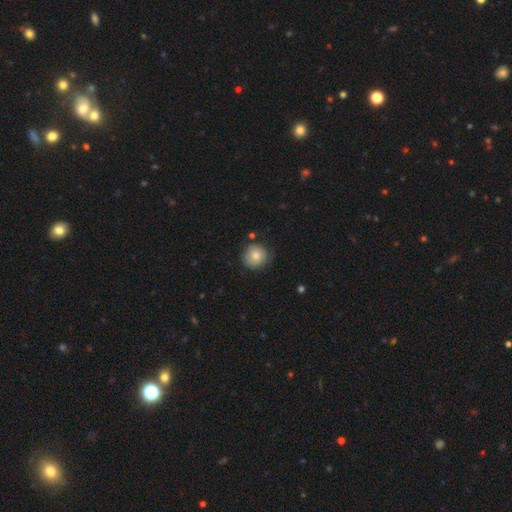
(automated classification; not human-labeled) The model was most divided on "merging": none: 75%, minor disturbance: 19%, major disturbance: 4%, merger: 3%. More confident: how rounded — round (92%); smooth or featured — smooth (76%).